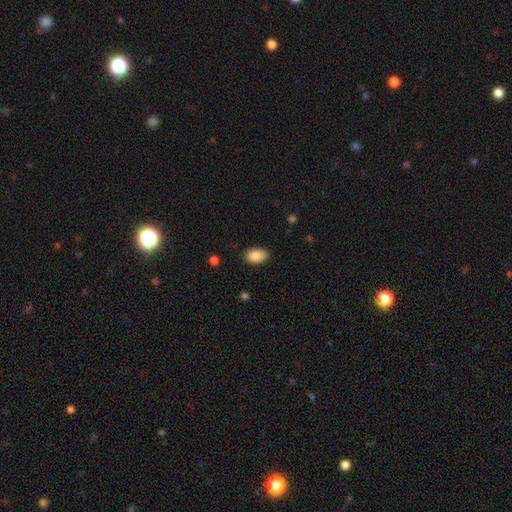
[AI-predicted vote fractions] Morphology: type=smooth (89%); roundness=in between (91%); merging=none (83%).